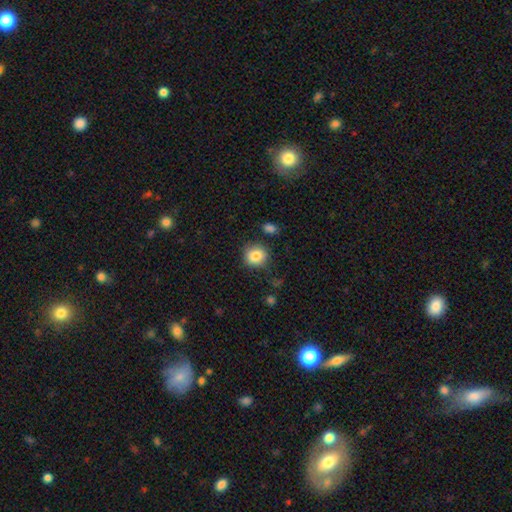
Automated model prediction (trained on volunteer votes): A smooth galaxy with no disk features (84%) that is round (85%).

Vote fractions:
- Smooth or featured? smooth: 84% / star or artifact: 9% / featured or disk: 7%
- How rounded? round: 85% / in between: 14% / cigar-shaped: 1%
- Merging? none: 82% / minor disturbance: 11% / major disturbance: 3% / merger: 3%